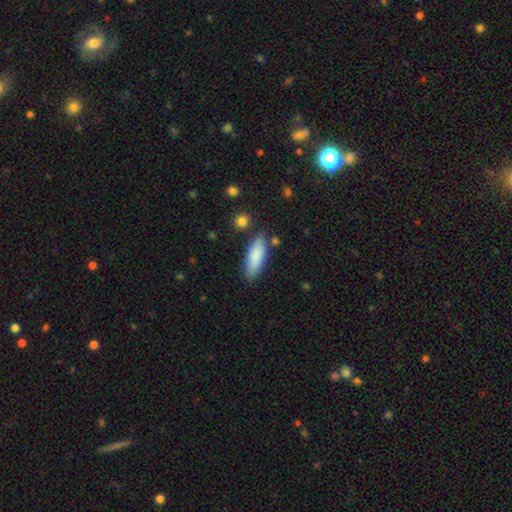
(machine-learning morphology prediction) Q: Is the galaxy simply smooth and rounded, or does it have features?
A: smooth — 84%.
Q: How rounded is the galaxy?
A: in between — 60%.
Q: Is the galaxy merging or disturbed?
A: none — 80%.